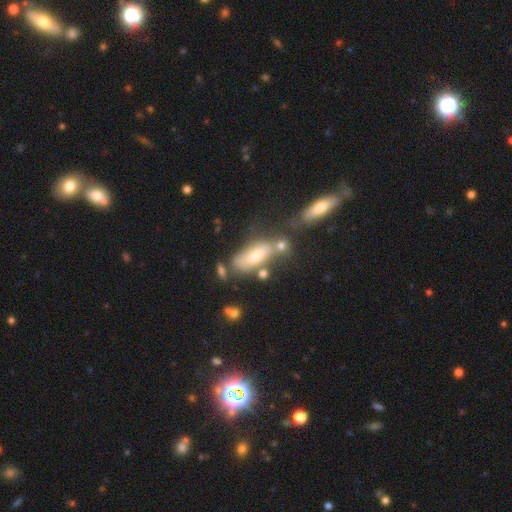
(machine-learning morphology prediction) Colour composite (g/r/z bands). It shows a smooth galaxy with no disk features (60%) that is in between round and cigar-shaped (71%). Merging: none (48%).